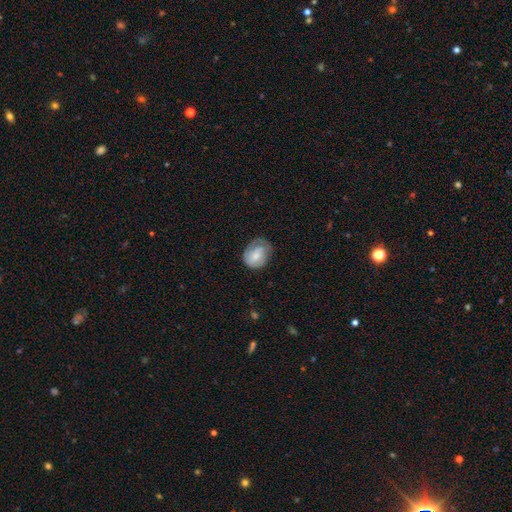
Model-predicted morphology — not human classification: smooth_or_featured: smooth (p=0.49) [alt: featured or disk p=0.44]
merging: none (p=0.52) [alt: minor disturbance p=0.31]